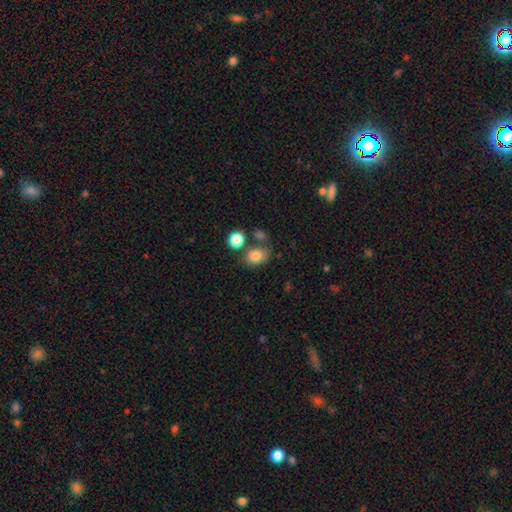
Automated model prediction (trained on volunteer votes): This is clearly a smooth galaxy (80%). How rounded: possibly in between (56%). Merging: likely none (62%).